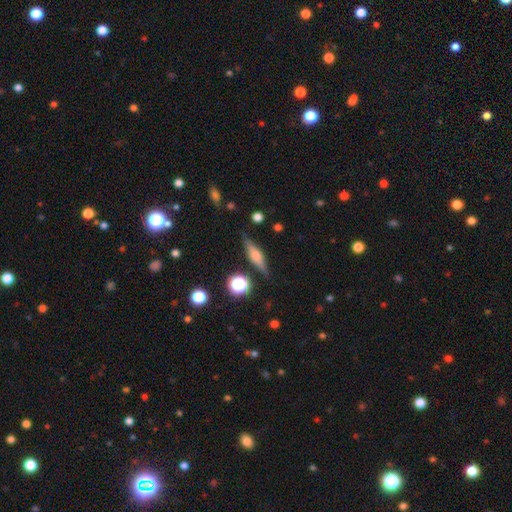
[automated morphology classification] Smooth or featured?
  - featured or disk: 57% *
  - smooth: 34%
  - star or artifact: 9%
Edge-on disk?
  - yes: 95% *
  - no: 5%
Edge-on bulge?
  - rounded: 77% *
  - boxy: 17%
  - none: 6%
Merging?
  - none: 85% *
  - minor disturbance: 10%
  - major disturbance: 3%
  - merger: 2%